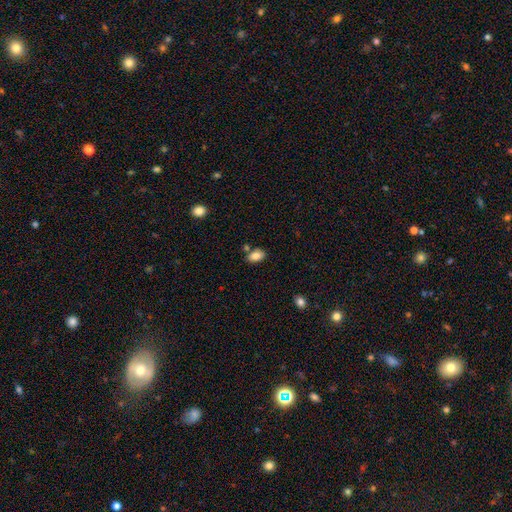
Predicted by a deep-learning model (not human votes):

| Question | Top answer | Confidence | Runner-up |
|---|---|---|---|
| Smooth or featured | smooth | 83% | star or artifact (9%) |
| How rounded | in between | 88% | round (10%) |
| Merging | none | 73% | minor disturbance (13%) |